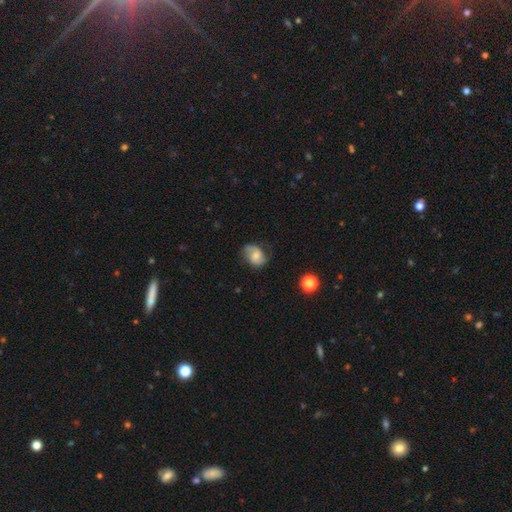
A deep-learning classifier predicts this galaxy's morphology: featured or disk 51%, smooth 40%, star or artifact 9%. Down the decision tree: edge-on disk — no (97%); merging — none (62%).